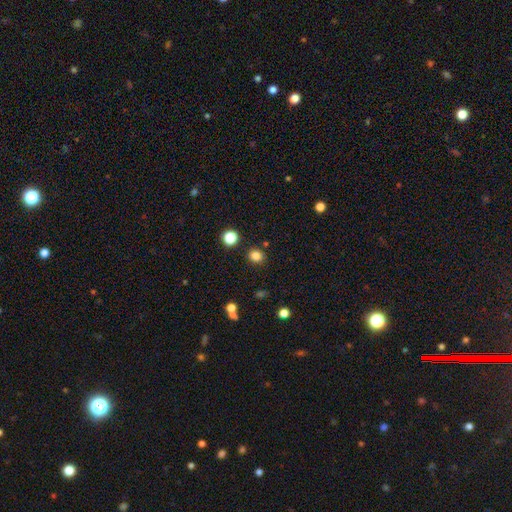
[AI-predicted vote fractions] A smooth galaxy with no disk features (82%) that is round (81%).

Vote fractions:
- Smooth or featured? smooth: 82% / star or artifact: 13% / featured or disk: 5%
- How rounded? round: 81% / in between: 19% / cigar-shaped: 1%
- Merging? none: 87% / minor disturbance: 7% / merger: 3% / major disturbance: 2%